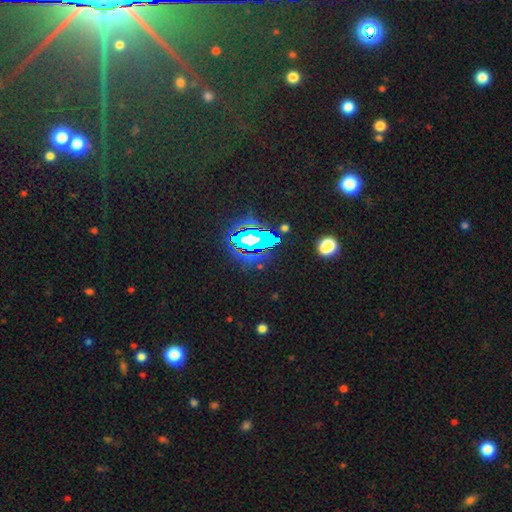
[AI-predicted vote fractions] smooth_or_featured: star or artifact (p=0.76) [alt: smooth p=0.12]